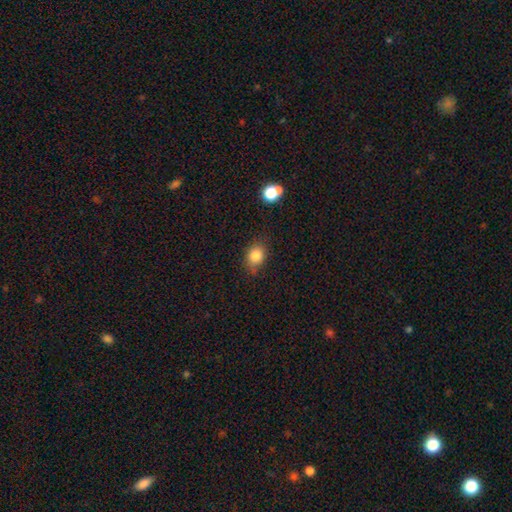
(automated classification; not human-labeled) Smooth or featured: smooth — 83% (star or artifact — 11%)
How rounded: in between — 52% (round — 47%)
Merging: none — 71% (minor disturbance — 21%)